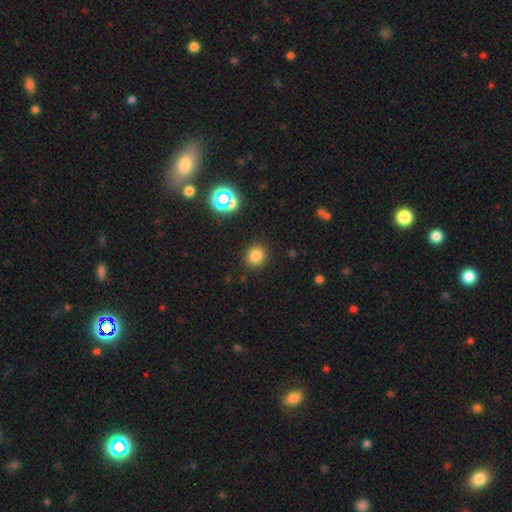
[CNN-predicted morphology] The model was most divided on "how rounded": round: 80%, in between: 19%, cigar-shaped: 1%. More confident: merging — none (89%); smooth or featured — smooth (79%).